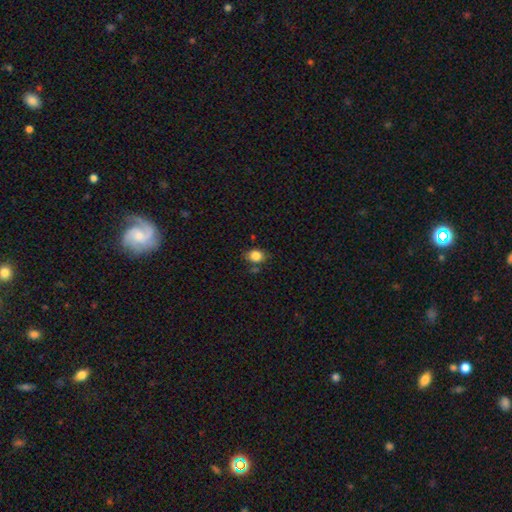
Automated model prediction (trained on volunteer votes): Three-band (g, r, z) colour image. It shows a smooth galaxy with no disk features (84%) that is in between round and cigar-shaped (57%). Merging: none (73%).